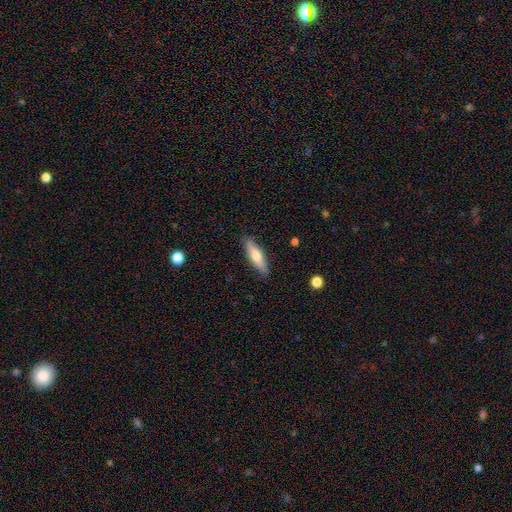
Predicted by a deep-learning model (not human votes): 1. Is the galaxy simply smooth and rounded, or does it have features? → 56% smooth, 38% featured or disk, 6% star or artifact.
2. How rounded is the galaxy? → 66% cigar-shaped, 32% in between, 2% round.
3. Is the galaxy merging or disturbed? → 87% none, 10% minor disturbance, 2% major disturbance, 1% merger.